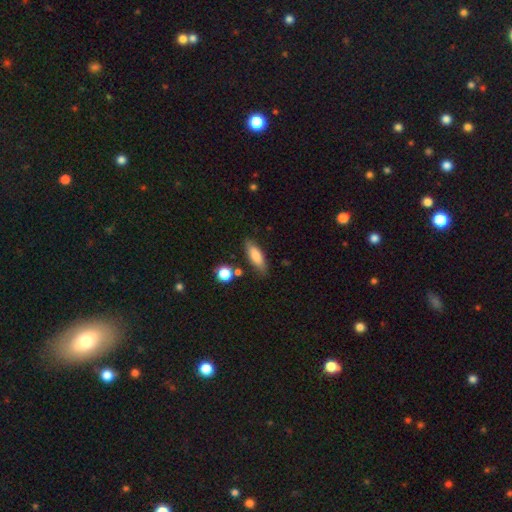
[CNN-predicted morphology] smooth-or-featured: smooth: 80% | featured or disk: 13% | star or artifact: 7%
  how-rounded: in between: 60% | cigar-shaped: 37% | round: 3%
  merging: none: 78% | minor disturbance: 14% | merger: 4% | major disturbance: 3%